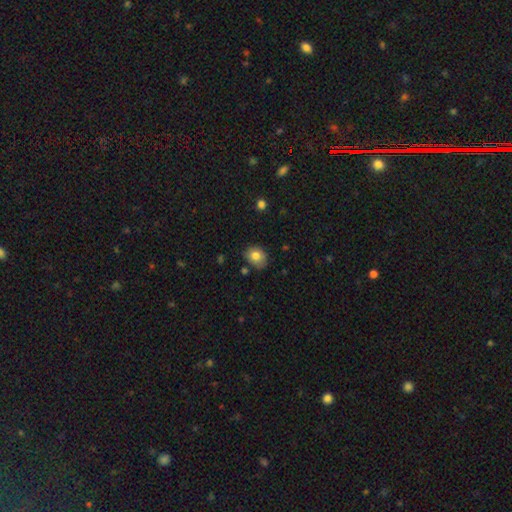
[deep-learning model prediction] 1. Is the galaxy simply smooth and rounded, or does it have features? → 80% smooth, 10% featured or disk, 10% star or artifact.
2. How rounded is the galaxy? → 52% round, 47% in between, 1% cigar-shaped.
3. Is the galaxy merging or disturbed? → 72% none, 21% minor disturbance, 4% major disturbance, 3% merger.